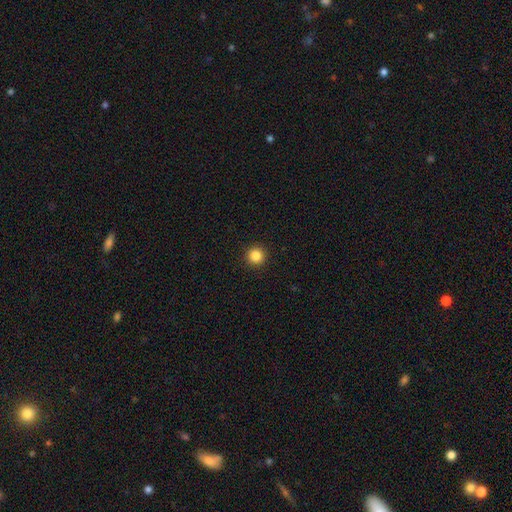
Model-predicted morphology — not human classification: type=smooth (86%); roundness=round (96%); merging=none (93%).